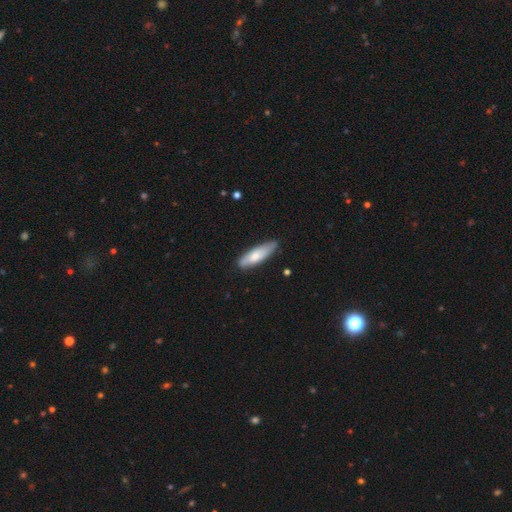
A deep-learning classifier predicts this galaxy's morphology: This appears to be a smooth galaxy with no disk features (71%) that is cigar-shaped (57%). Merging: none (77%).